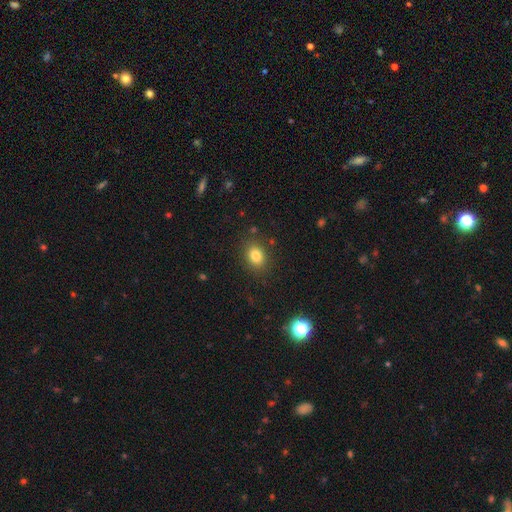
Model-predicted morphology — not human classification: Smooth or featured? Predicted: smooth (p=0.82). How rounded? Predicted: in between (p=0.58). Merging? Predicted: none (p=0.86).